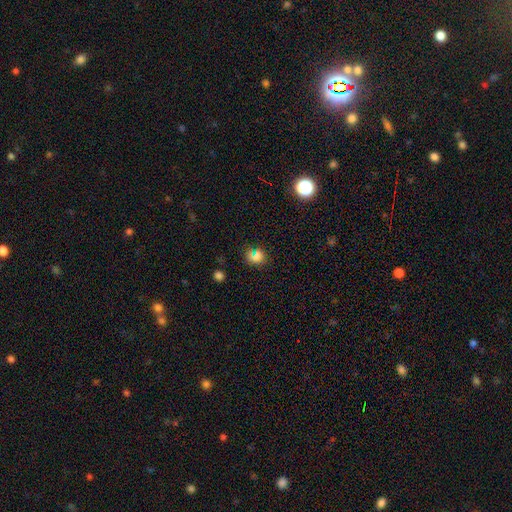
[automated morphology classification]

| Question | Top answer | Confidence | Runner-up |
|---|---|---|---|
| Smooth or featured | smooth | 69% | star or artifact (23%) |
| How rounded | round | 68% | in between (30%) |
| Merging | none | 72% | minor disturbance (14%) |